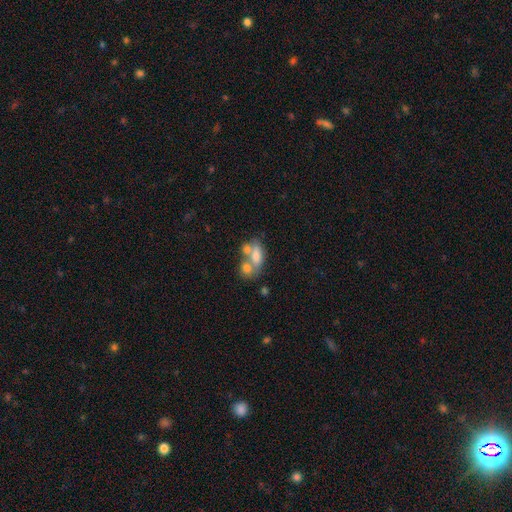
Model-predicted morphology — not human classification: Overall: smooth (68%). How rounded: in between (80%). Merging: merger (53%; none 28%).